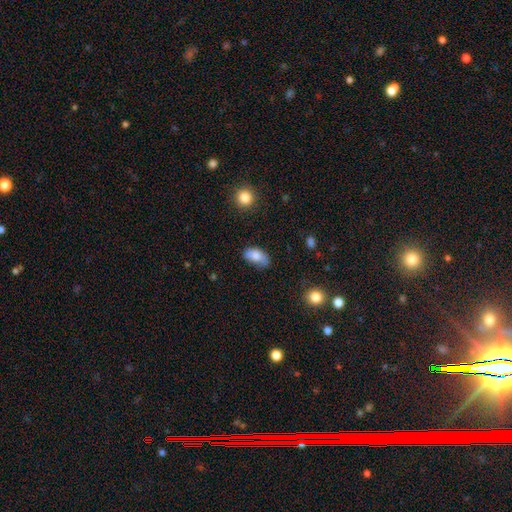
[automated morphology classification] This is likely a smooth galaxy (78%). How rounded: clearly in between (92%). Merging: possibly none (58%).